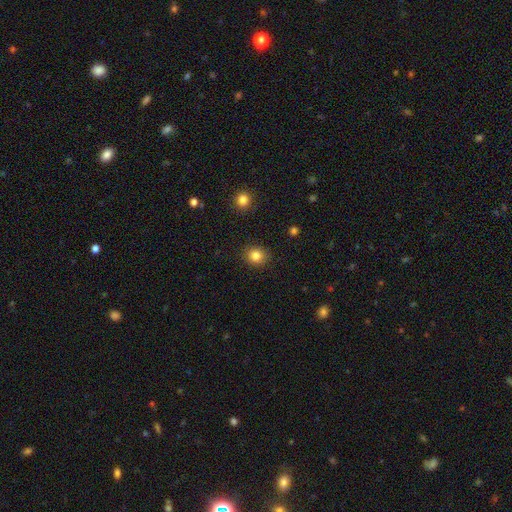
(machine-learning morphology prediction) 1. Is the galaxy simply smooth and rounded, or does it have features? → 84% smooth, 11% star or artifact, 6% featured or disk.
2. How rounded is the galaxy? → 80% round, 19% in between, 1% cigar-shaped.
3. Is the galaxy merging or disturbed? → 89% none, 7% minor disturbance, 2% major disturbance, 1% merger.